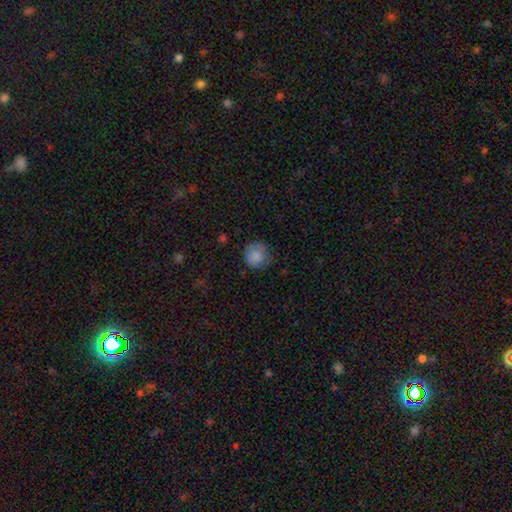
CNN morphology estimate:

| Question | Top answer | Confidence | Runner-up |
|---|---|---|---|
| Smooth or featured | smooth | 84% | star or artifact (8%) |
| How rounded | round | 91% | in between (8%) |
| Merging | none | 72% | minor disturbance (20%) |